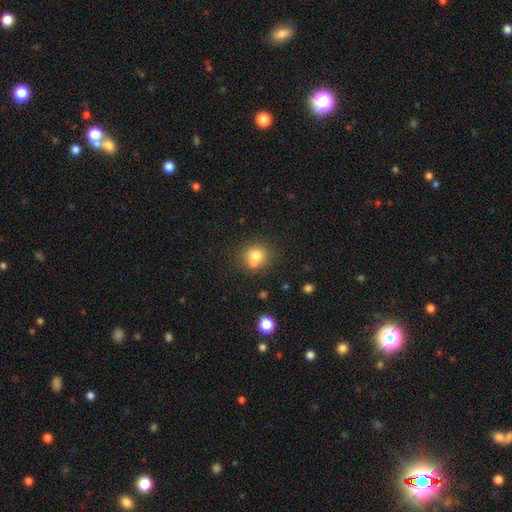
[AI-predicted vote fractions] A smooth galaxy with no disk features (75%) that is round (82%).

Vote fractions:
- Smooth or featured? smooth: 75% / featured or disk: 13% / star or artifact: 12%
- How rounded? round: 82% / in between: 17% / cigar-shaped: 1%
- Merging? none: 53% / merger: 33% / minor disturbance: 11% / major disturbance: 4%